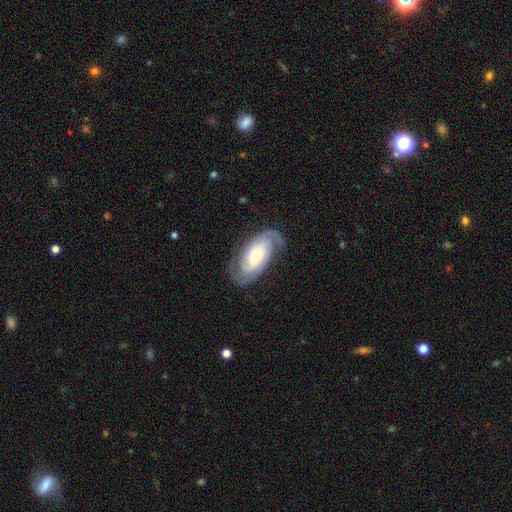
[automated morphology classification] Smooth or featured: featured or disk — 78% (smooth — 17%)
Edge-on disk: no — 94% (yes — 6%)
Bar: no — 63% (weak — 28%)
Spiral arms: yes — 93% (no — 7%)
Spiral winding: tight — 45% (medium — 38%)
Spiral arm count: 2 — 70% (can't tell — 14%)
Bulge size: moderate — 55% (small — 32%)
Merging: none — 71% (minor disturbance — 18%)